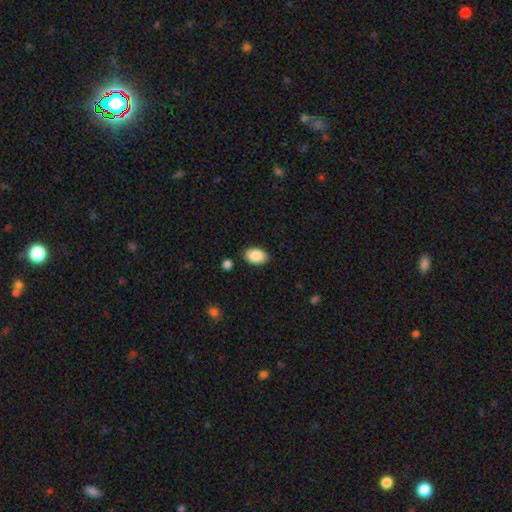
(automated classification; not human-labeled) smooth 88%, star or artifact 7%, featured or disk 5%. Down the decision tree: how rounded — in between (89%); merging — none (86%).